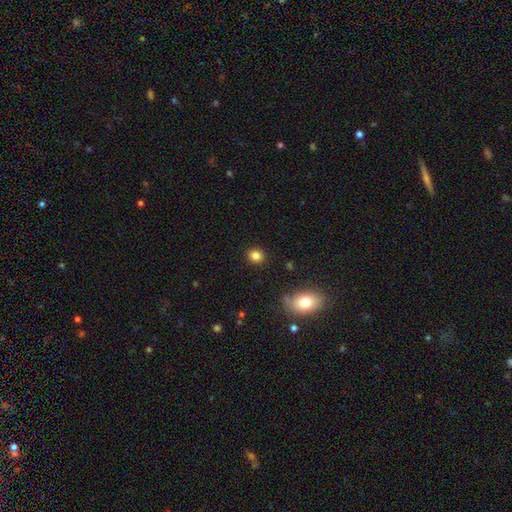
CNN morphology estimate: A smooth galaxy with no disk features (84%) that is round (77%). Merging: none (89%).